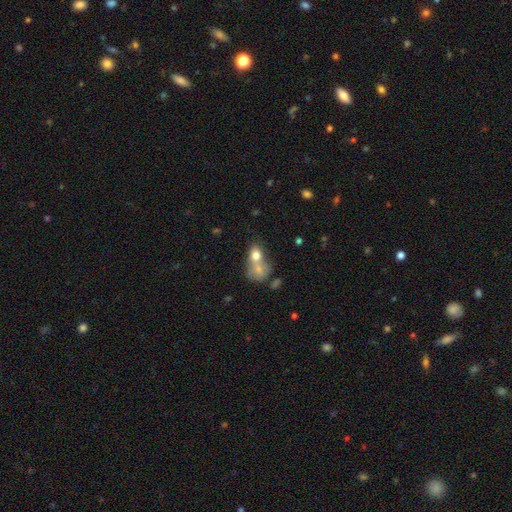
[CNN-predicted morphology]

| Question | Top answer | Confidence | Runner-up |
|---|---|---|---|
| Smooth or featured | smooth | 72% | featured or disk (18%) |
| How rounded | in between | 66% | round (32%) |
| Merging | merger | 64% | none (21%) |